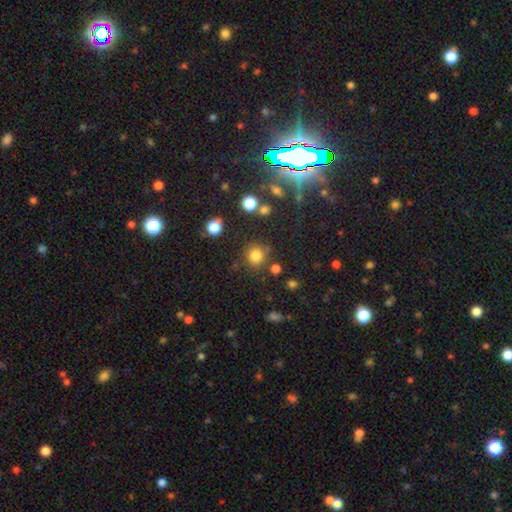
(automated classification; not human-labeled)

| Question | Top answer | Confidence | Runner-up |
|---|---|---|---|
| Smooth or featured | smooth | 79% | star or artifact (15%) |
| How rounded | round | 89% | in between (10%) |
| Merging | none | 81% | minor disturbance (10%) |